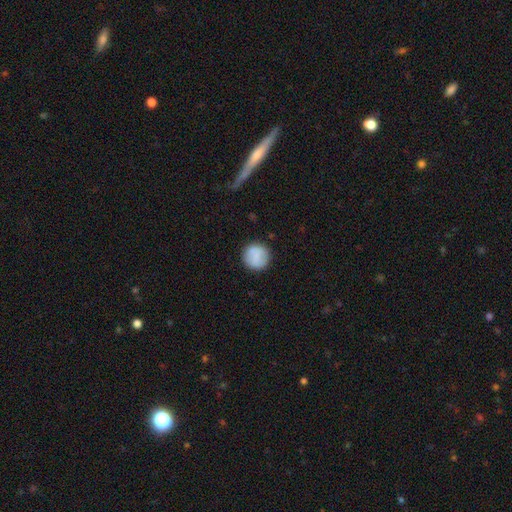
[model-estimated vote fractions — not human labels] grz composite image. It shows a smooth galaxy with no disk features (82%) that is round (94%). Merging: none (89%).